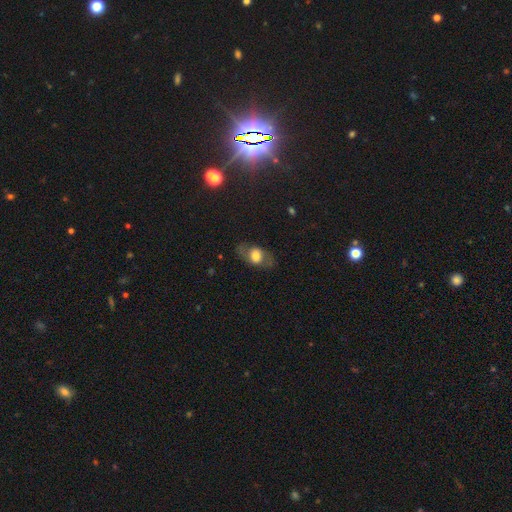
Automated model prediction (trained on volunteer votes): A smooth galaxy with no disk features (54%) that is in between round and cigar-shaped (75%). Merging: none (73%).